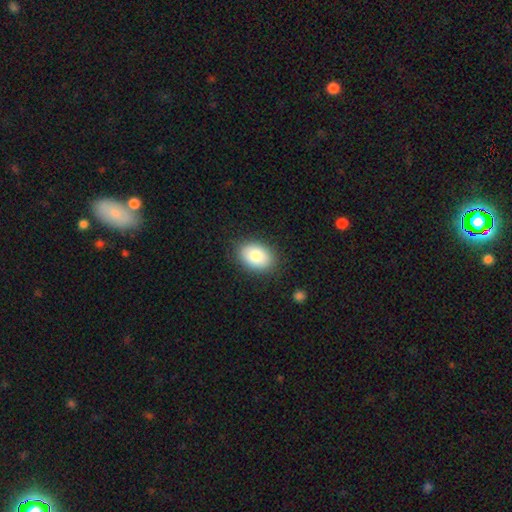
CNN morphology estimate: smooth-or-featured: smooth: 82% | featured or disk: 10% | star or artifact: 8%
  how-rounded: in between: 78% | round: 21% | cigar-shaped: 1%
  merging: none: 86% | minor disturbance: 10% | major disturbance: 3% | merger: 1%